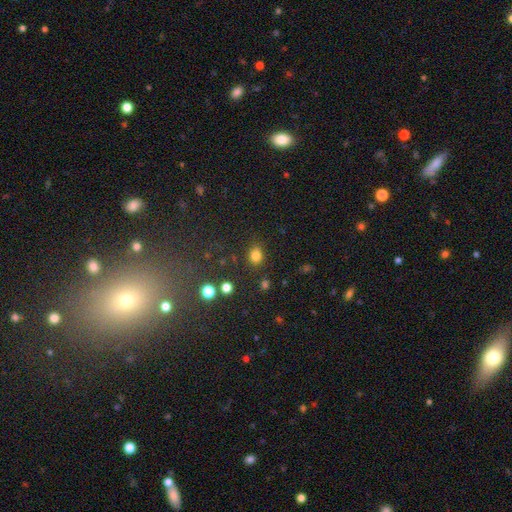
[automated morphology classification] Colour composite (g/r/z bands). It shows a smooth galaxy with no disk features (81%) that is round (65%). Merging: none (79%).